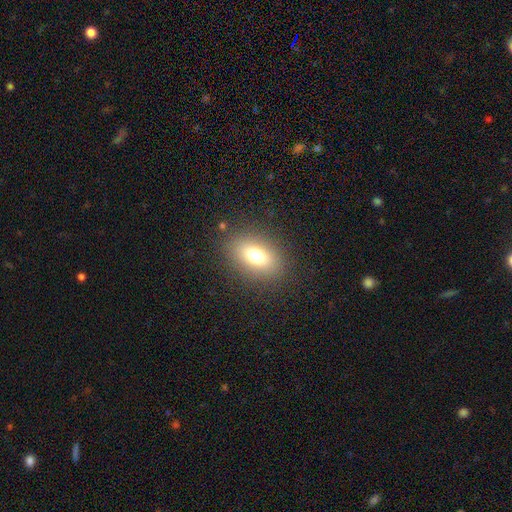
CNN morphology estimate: Smooth or featured?
  - smooth: 72% *
  - featured or disk: 14%
  - star or artifact: 13%
How rounded?
  - in between: 74% *
  - round: 24%
  - cigar-shaped: 2%
Merging?
  - none: 85% *
  - minor disturbance: 9%
  - major disturbance: 5%
  - merger: 1%